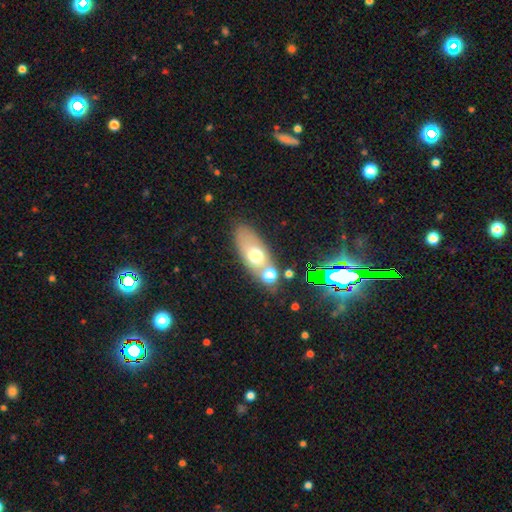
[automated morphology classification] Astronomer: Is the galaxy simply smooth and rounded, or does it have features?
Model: smooth — 59%.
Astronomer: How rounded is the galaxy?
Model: in between — 77%.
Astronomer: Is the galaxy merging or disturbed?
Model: none — 58%.